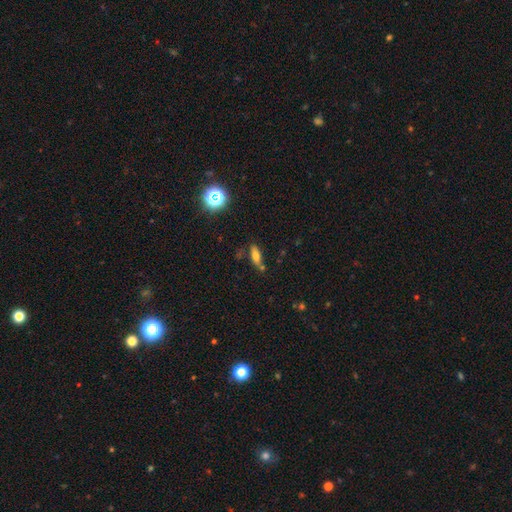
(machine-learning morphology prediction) smooth_or_featured: smooth (p=0.66) [alt: featured or disk p=0.21]
how_rounded: in between (p=0.63) [alt: cigar-shaped p=0.33]
merging: none (p=0.67) [alt: minor disturbance p=0.17]